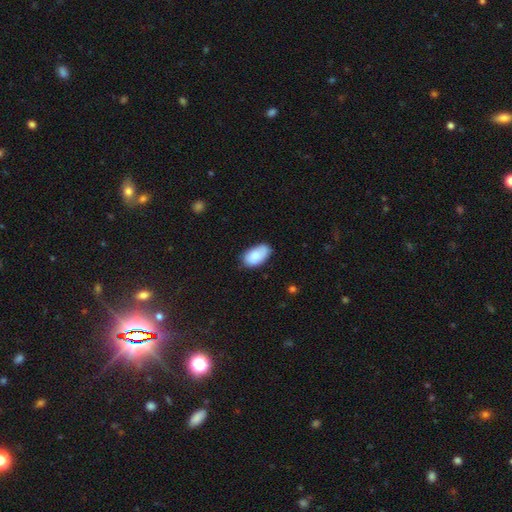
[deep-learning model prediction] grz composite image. It shows a smooth galaxy with no disk features (84%) that is in between round and cigar-shaped (95%). Merging: none (70%).